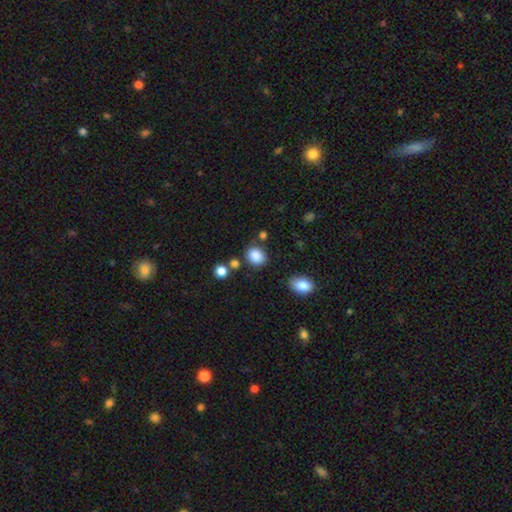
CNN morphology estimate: Smooth or featured? smooth (86%)
How rounded? round (54%)
Merging? none (75%)